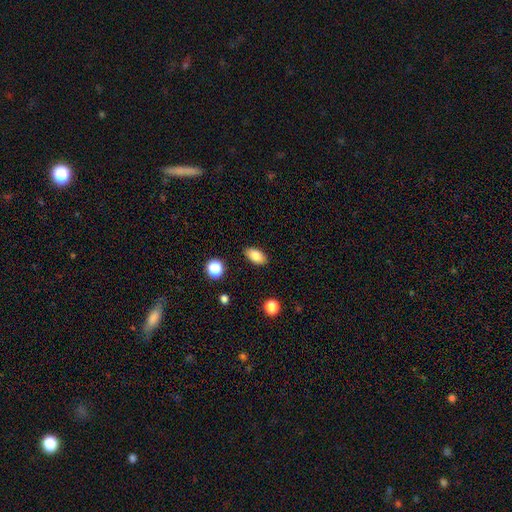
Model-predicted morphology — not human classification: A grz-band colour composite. It shows a smooth galaxy with no disk features (85%) that is in between round and cigar-shaped (91%). Merging: none (87%).